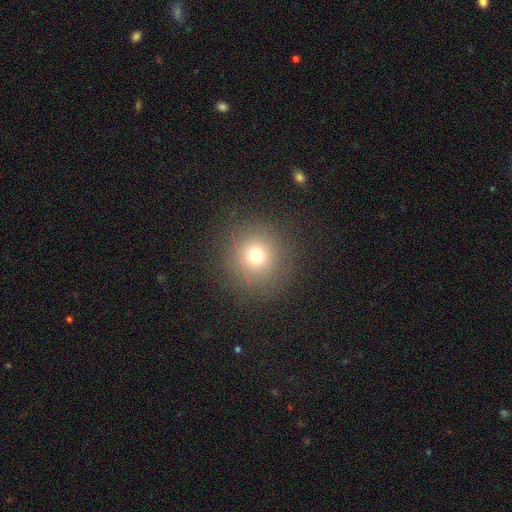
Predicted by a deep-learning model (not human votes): Morphology: type=smooth (71%); roundness=round (93%); merging=none (87%).